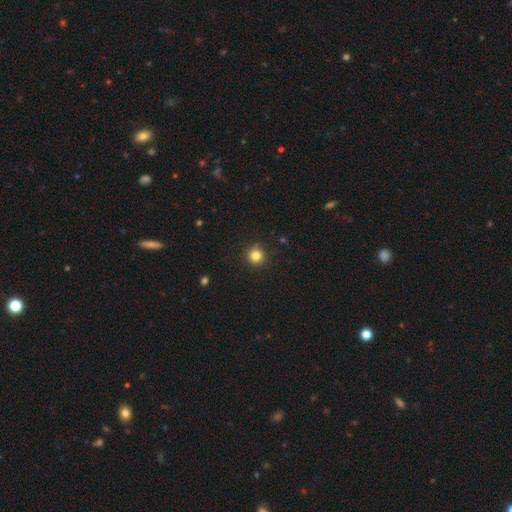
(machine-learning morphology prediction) Q: Smooth or featured?
A: smooth (82%); runner-up: star or artifact (13%)
Q: How rounded?
A: round (95%); runner-up: in between (4%)
Q: Merging?
A: none (91%); runner-up: minor disturbance (6%)